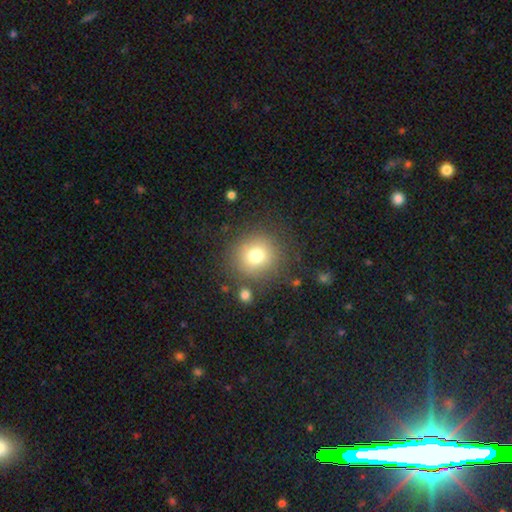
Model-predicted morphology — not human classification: Smooth or featured: smooth — 77% (star or artifact — 12%)
How rounded: round — 90% (in between — 9%)
Merging: none — 82% (minor disturbance — 10%)